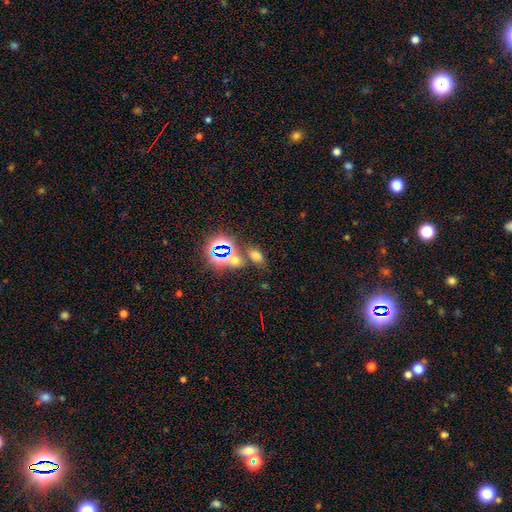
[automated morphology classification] Smooth or featured?
  - smooth: 58% *
  - star or artifact: 33%
  - featured or disk: 9%
How rounded?
  - in between: 81% *
  - round: 17%
  - cigar-shaped: 2%
Merging?
  - none: 68% *
  - merger: 17%
  - minor disturbance: 11%
  - major disturbance: 4%